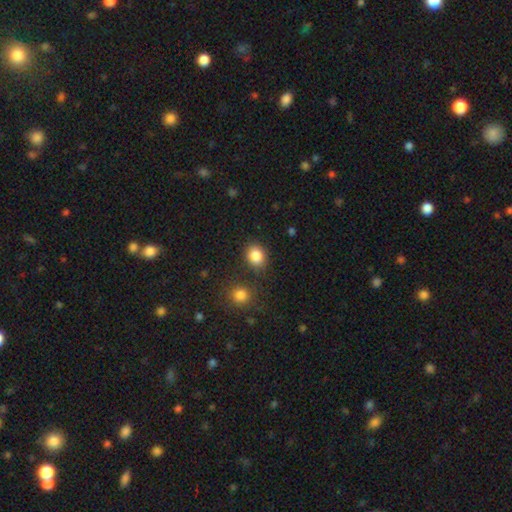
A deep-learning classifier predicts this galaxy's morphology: type=smooth (85%); roundness=round (58%); merging=none (80%).